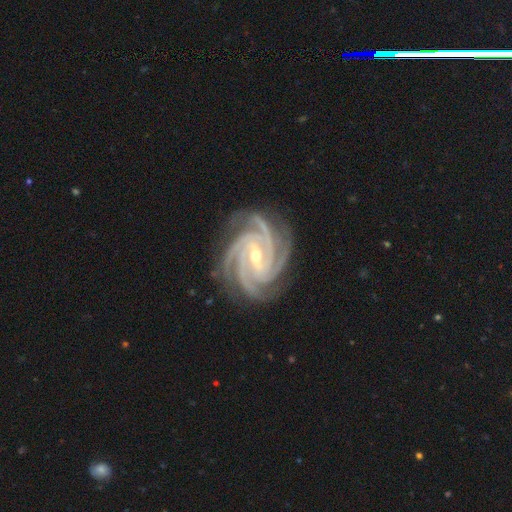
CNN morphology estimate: smooth_or_featured: featured or disk (p=0.94) [alt: star or artifact p=0.04]
disk_edge_on: no (p=0.98) [alt: yes p=0.02]
bar: strong (p=0.41) [alt: weak p=0.40]
has_spiral_arms: yes (p=0.99) [alt: no p=0.01]
spiral_winding: tight (p=0.75) [alt: medium p=0.23]
spiral_arm_count: 4 (p=0.56) [alt: 3 p=0.19]
bulge_size: small (p=0.55) [alt: moderate p=0.43]
merging: none (p=0.83) [alt: minor disturbance p=0.13]